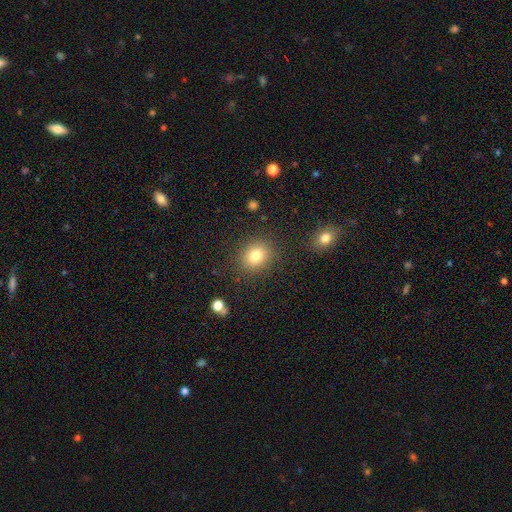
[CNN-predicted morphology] The model was most divided on "how rounded": round: 65%, in between: 34%, cigar-shaped: 1%. More confident: merging — none (86%); smooth or featured — smooth (81%).